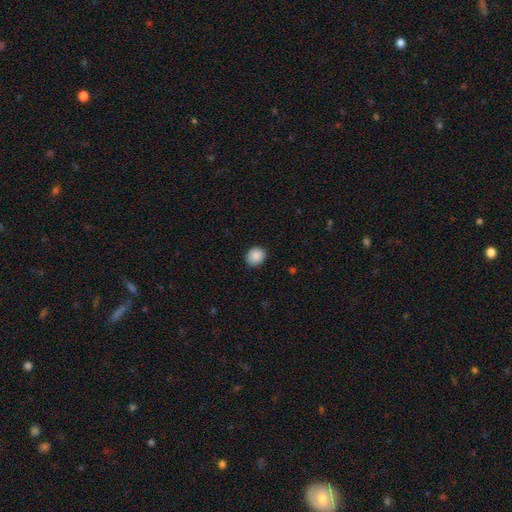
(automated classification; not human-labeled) This appears to be a smooth galaxy with no disk features (89%) that is round (76%). Merging: none (88%).